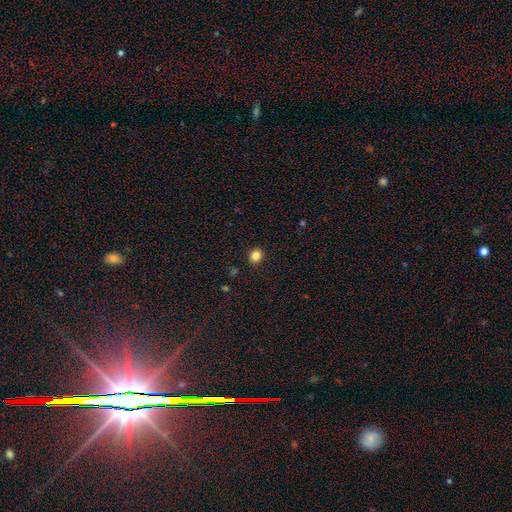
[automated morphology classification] This is clearly a smooth galaxy (84%). How rounded: clearly round (81%). Merging: clearly none (92%).